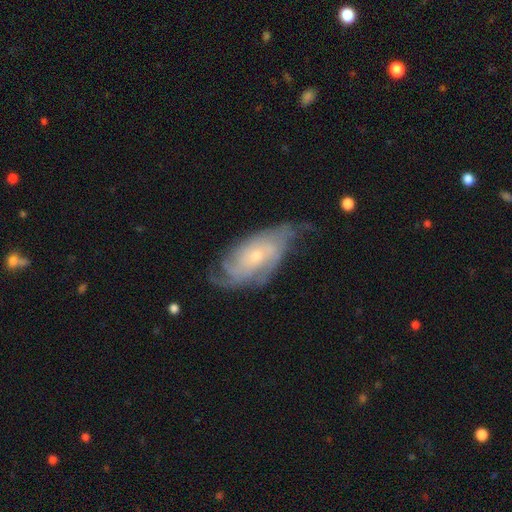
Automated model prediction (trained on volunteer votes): featured or disk 81%, smooth 13%, star or artifact 6%. Down the decision tree: edge-on disk — no (93%); bar — no (72%); spiral arms — yes (94%); spiral arm count — can't tell (36%); spiral winding — tight (52%); bulge size — small (68%); merging — none (59%).